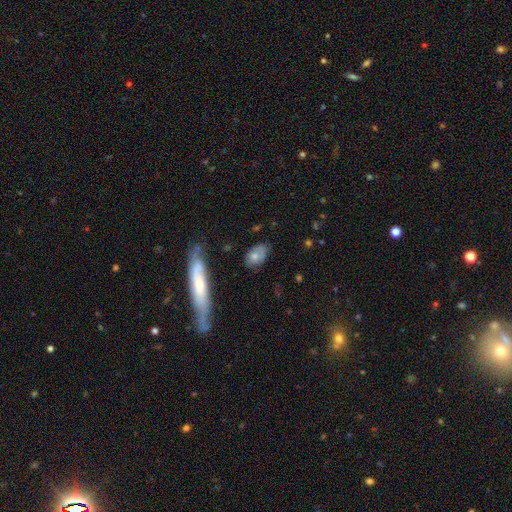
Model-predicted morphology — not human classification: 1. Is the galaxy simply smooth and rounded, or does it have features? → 67% smooth, 24% featured or disk, 8% star or artifact.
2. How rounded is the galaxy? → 85% in between, 11% round, 4% cigar-shaped.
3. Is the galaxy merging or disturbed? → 66% none, 24% minor disturbance, 7% major disturbance, 3% merger.